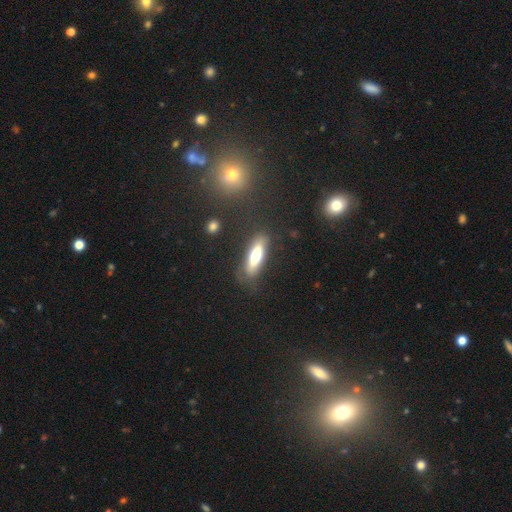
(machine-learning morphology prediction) smooth_or_featured: smooth (p=0.59) [alt: featured or disk p=0.35]
how_rounded: cigar-shaped (p=0.58) [alt: in between p=0.40]
merging: none (p=0.79) [alt: minor disturbance p=0.14]